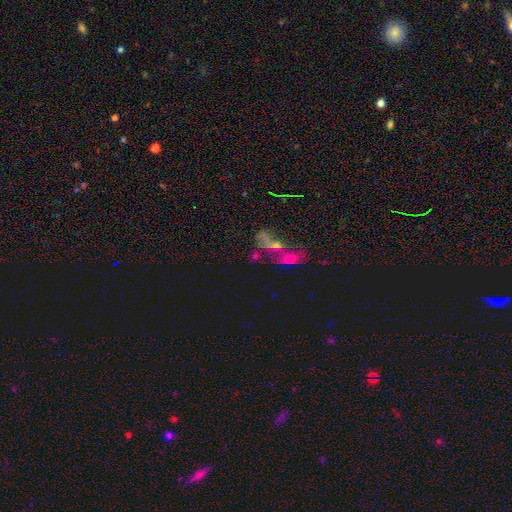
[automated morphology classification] smooth-or-featured: star or artifact: 39% | smooth: 33% | featured or disk: 28%